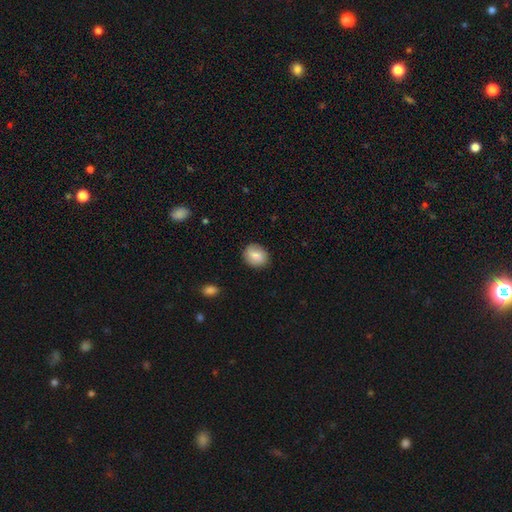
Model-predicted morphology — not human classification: smooth_or_featured: smooth (p=0.82) [alt: featured or disk p=0.11]
how_rounded: round (p=0.62) [alt: in between p=0.37]
merging: none (p=0.86) [alt: minor disturbance p=0.11]